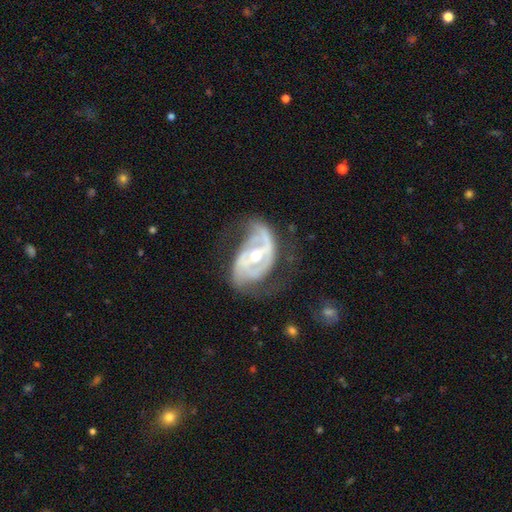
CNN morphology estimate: A featured or disk galaxy (88%) with a strong bar (42%), 2 (65%) medium (42%) spiral arms (90%) and a moderate central bulge (60%).

Vote fractions:
- Smooth or featured? featured or disk: 88% / smooth: 7% / star or artifact: 5%
- Edge-on disk? no: 96% / yes: 4%
- Bar? strong: 42% / weak: 35% / no: 22%
- Spiral arms? yes: 90% / no: 10%
- Spiral winding? medium: 42% / loose: 32% / tight: 26%
- Spiral arm count? 2: 65% / can't tell: 13% / 3: 9% / 1: 8% / 4: 2% / more than 4: 2%
- Bulge size? moderate: 60% / small: 36% / large: 2% / none: 1% / dominant: 1%
- Merging? none: 46% / major disturbance: 27% / minor disturbance: 24% / merger: 2%